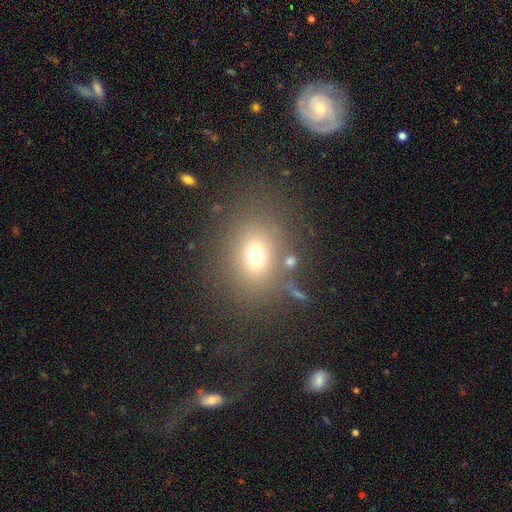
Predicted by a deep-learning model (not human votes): Q: Smooth or featured?
A: smooth (69%); runner-up: star or artifact (19%)
Q: How rounded?
A: round (54%); runner-up: in between (45%)
Q: Merging?
A: none (76%); runner-up: minor disturbance (11%)